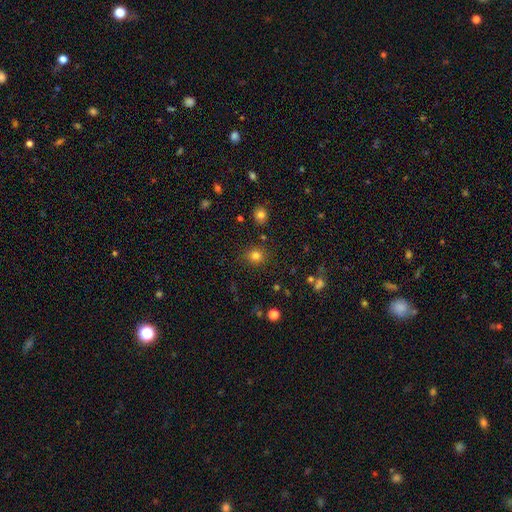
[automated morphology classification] Smooth or featured? Predicted: smooth (p=0.80). How rounded? Predicted: round (p=0.86). Merging? Predicted: none (p=0.87).